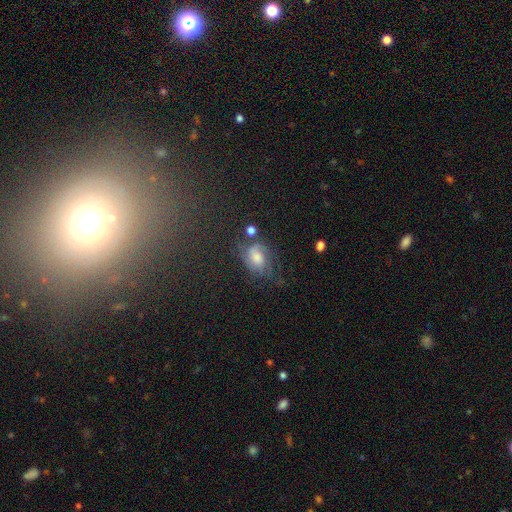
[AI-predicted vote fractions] The model was most divided on "smooth or featured": featured or disk: 52%, smooth: 31%, star or artifact: 17%. Remaining: edge-on disk — no (96%); merging — none (49%).